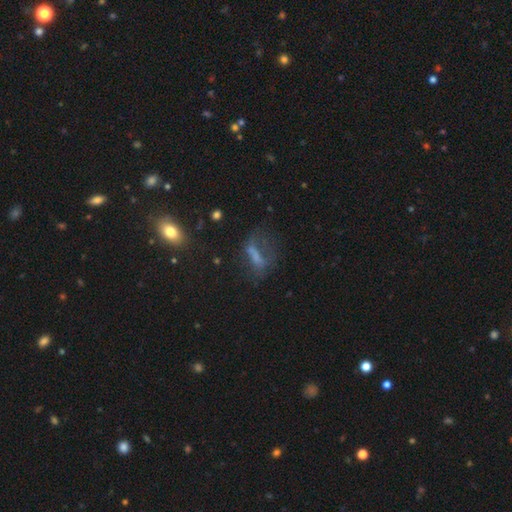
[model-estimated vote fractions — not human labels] The model was most divided on "merging": none: 39%, major disturbance: 35%, minor disturbance: 20%, merger: 7%. Remaining: smooth or featured — smooth (45%).